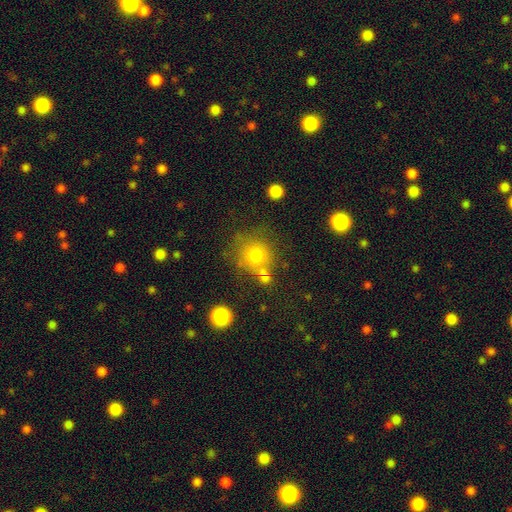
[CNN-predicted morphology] The model was most divided on "merging": none: 64%, minor disturbance: 15%, merger: 14%, major disturbance: 7%. More confident: how rounded — round (88%); smooth or featured — smooth (74%).